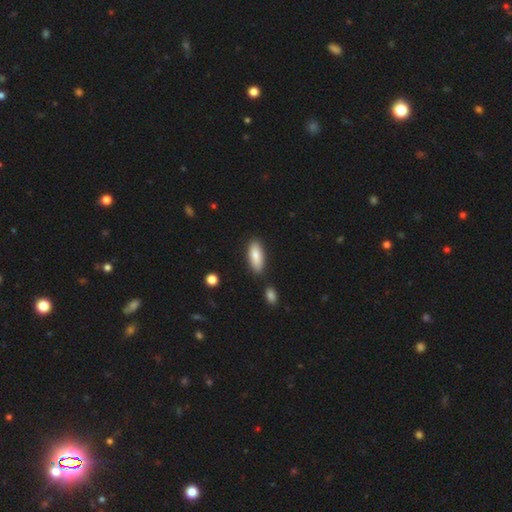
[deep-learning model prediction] Smooth or featured? smooth (82%)
How rounded? in between (75%)
Merging? none (80%)